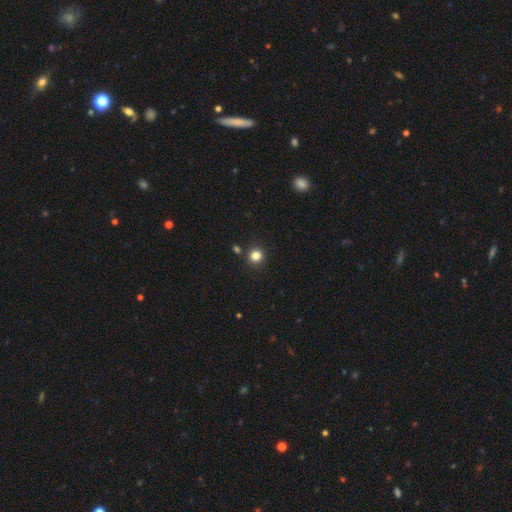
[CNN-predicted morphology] type=smooth (82%); roundness=round (90%); merging=none (87%).